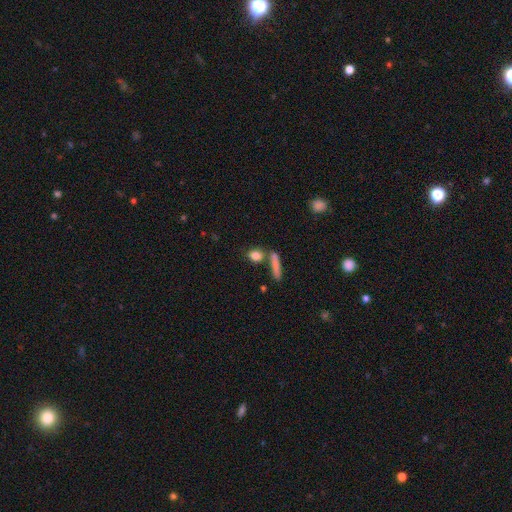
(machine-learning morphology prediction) Overall: smooth (82%). How rounded: round (45%; in between 34%). Merging: none (67%).